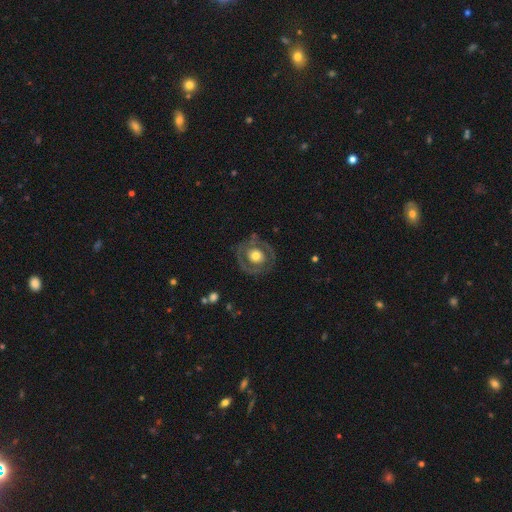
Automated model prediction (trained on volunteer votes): The model was most divided on "smooth or featured": featured or disk: 56%, smooth: 38%, star or artifact: 6%. More confident: edge-on disk — no (96%); bar — no (85%); merging — none (77%); spiral arms — no (74%); bulge size — moderate (54%).